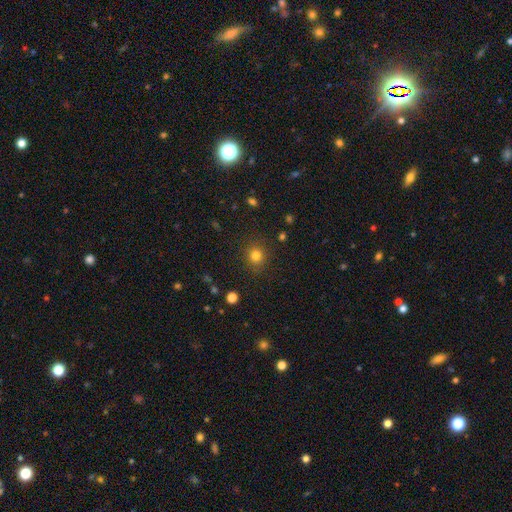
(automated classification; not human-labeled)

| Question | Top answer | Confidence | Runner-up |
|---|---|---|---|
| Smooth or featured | smooth | 80% | star or artifact (14%) |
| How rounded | round | 87% | in between (12%) |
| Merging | none | 88% | minor disturbance (8%) |